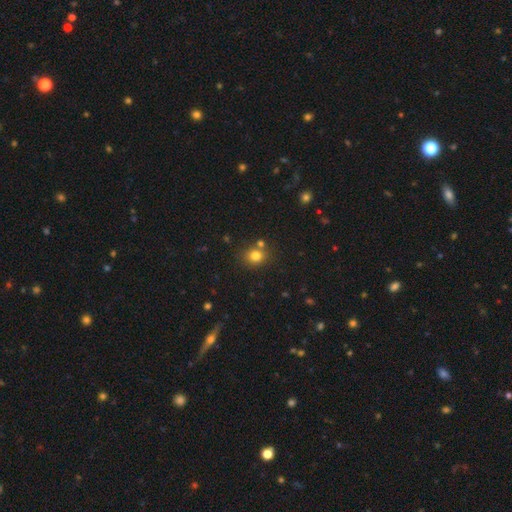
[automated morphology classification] A smooth galaxy with no disk features (78%) that is round (75%).

Vote fractions:
- Smooth or featured? smooth: 78% / star or artifact: 15% / featured or disk: 7%
- How rounded? round: 75% / in between: 24% / cigar-shaped: 1%
- Merging? none: 72% / merger: 15% / minor disturbance: 10% / major disturbance: 3%